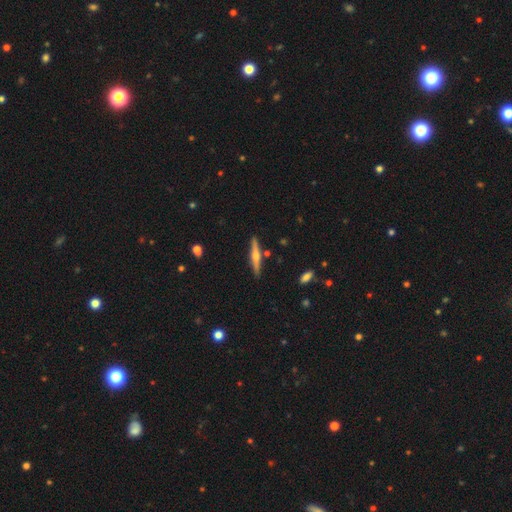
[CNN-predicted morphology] featured or disk 63%, smooth 31%, star or artifact 6%. Down the decision tree: edge-on disk — yes (97%); edge-on bulge — rounded (88%); merging — none (87%).